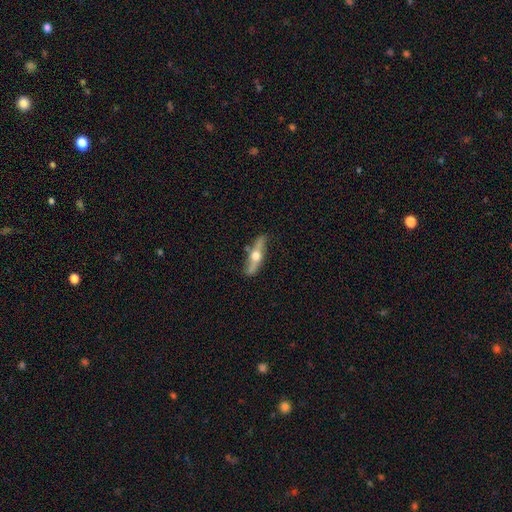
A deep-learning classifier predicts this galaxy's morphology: This appears to be a featured or disk galaxy (67%) viewed edge-on (85%) with a rounded central bulge (96%). Merging: none (80%).